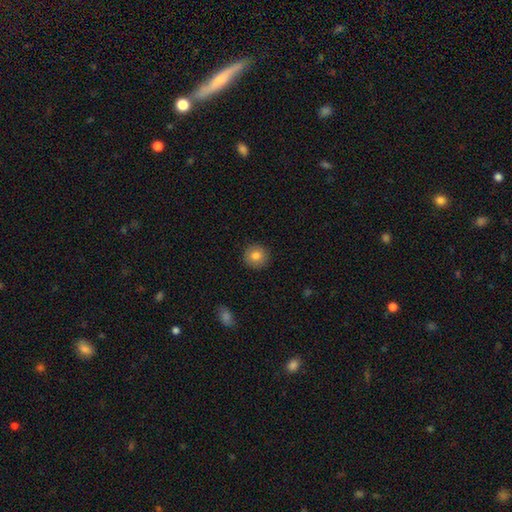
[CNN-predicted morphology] type=smooth (83%); roundness=round (94%); merging=none (91%).